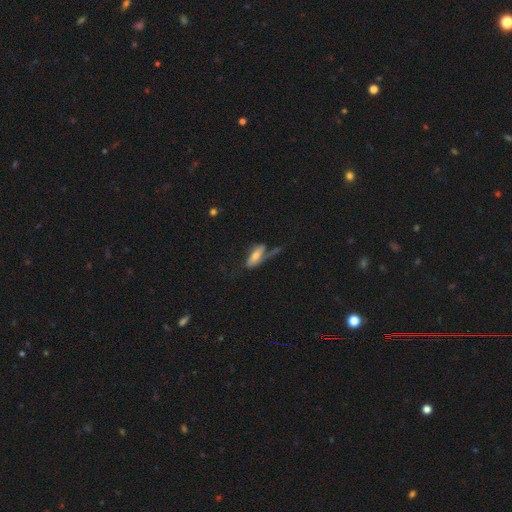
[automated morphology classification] This is possibly a smooth galaxy (54%). How rounded: likely in between (73%). Merging: marginally major disturbance (36%).